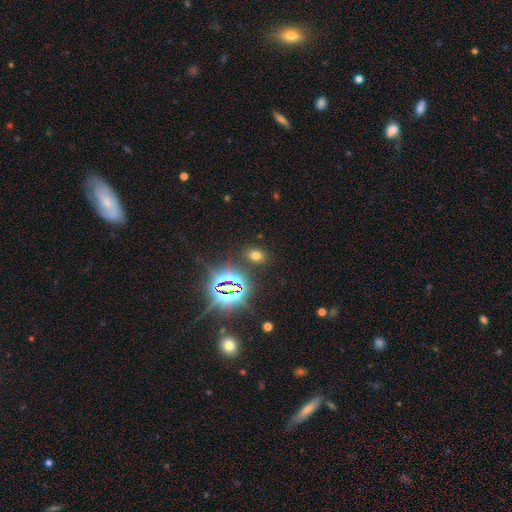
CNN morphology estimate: smooth 57%, star or artifact 35%, featured or disk 8%. Down the decision tree: how rounded — in between (66%); merging — none (85%).